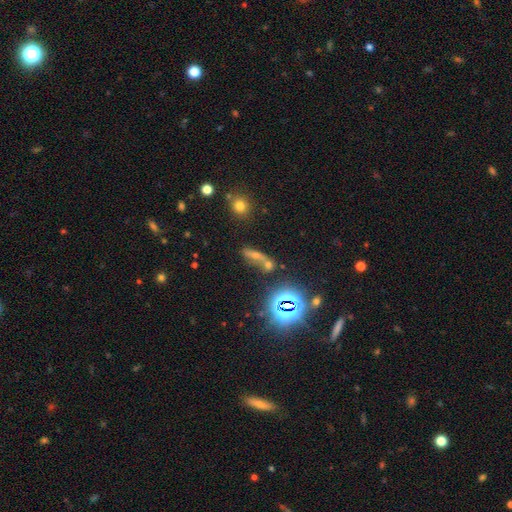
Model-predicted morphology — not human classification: Smooth or featured? Predicted: star or artifact (p=0.41).